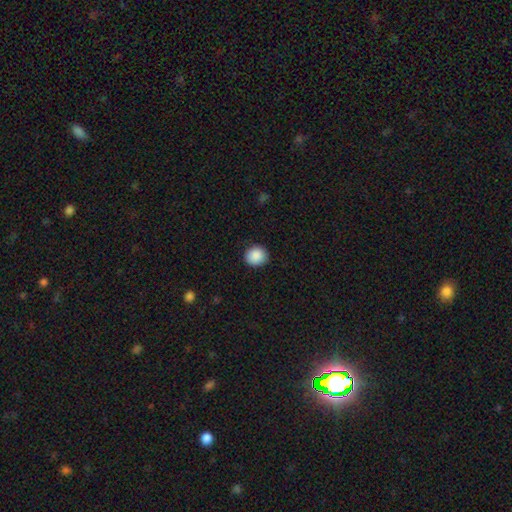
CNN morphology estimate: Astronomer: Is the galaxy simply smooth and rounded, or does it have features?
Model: smooth — 89%.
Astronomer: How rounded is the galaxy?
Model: round — 84%.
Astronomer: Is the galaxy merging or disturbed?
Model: none — 90%.